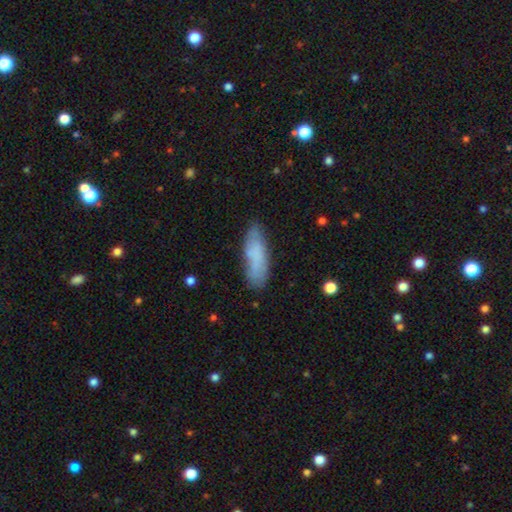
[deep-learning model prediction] This is likely a smooth galaxy (74%). How rounded: possibly in between (53%). Merging: likely none (72%).